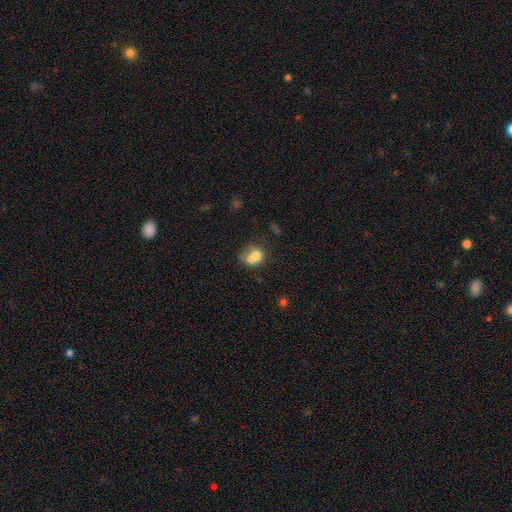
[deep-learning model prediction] Smooth or featured? Predicted: smooth (p=0.69). How rounded? Predicted: round (p=0.56). Merging? Predicted: merger (p=0.53).